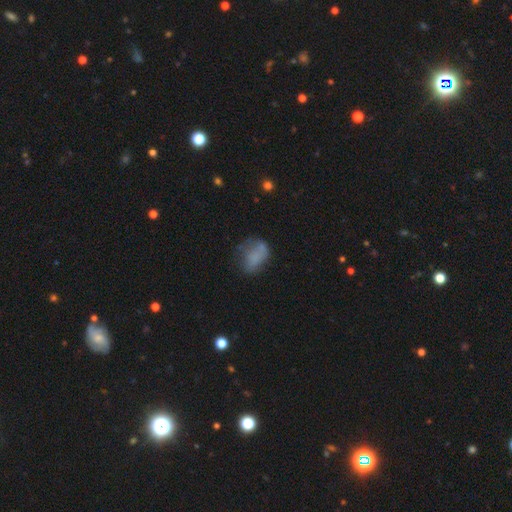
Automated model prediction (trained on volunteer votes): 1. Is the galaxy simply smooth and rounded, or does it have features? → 67% smooth, 21% featured or disk, 12% star or artifact.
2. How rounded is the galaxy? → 80% in between, 17% round, 2% cigar-shaped.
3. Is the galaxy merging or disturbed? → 41% none, 30% minor disturbance, 23% major disturbance, 5% merger.